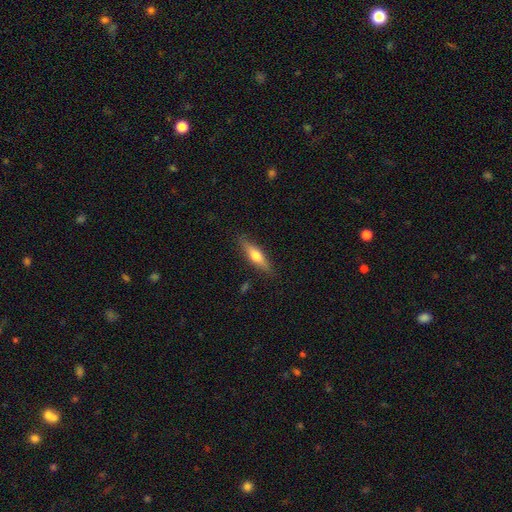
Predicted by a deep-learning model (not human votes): A smooth galaxy with no disk features (51%) that is cigar-shaped (71%).

Vote fractions:
- Smooth or featured? smooth: 51% / featured or disk: 43% / star or artifact: 6%
- How rounded? cigar-shaped: 71% / in between: 27% / round: 2%
- Merging? none: 86% / minor disturbance: 10% / major disturbance: 2% / merger: 1%